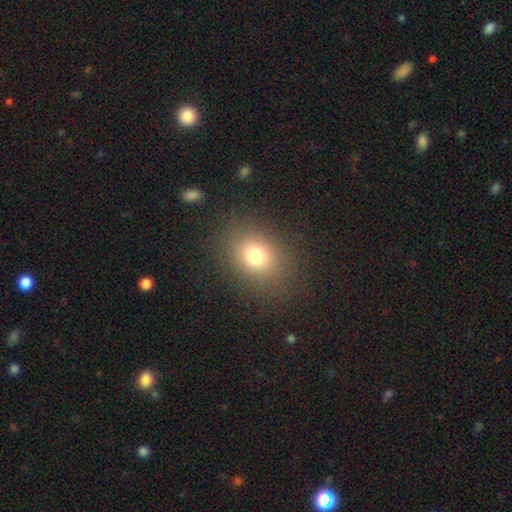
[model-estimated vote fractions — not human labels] This is likely a smooth galaxy (75%). How rounded: possibly round (53%). Merging: clearly none (84%).